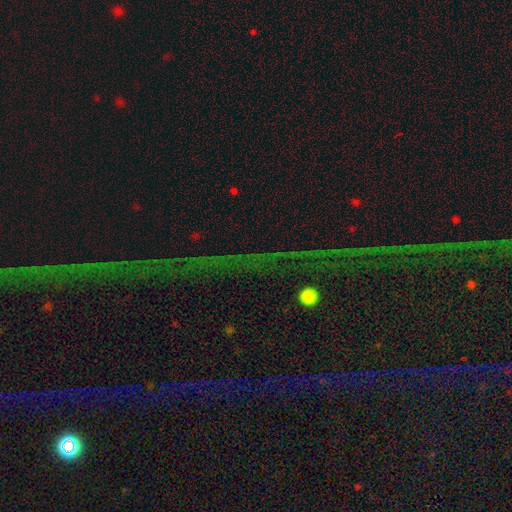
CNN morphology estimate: Q: Smooth or featured?
A: star or artifact (83%); runner-up: featured or disk (9%)